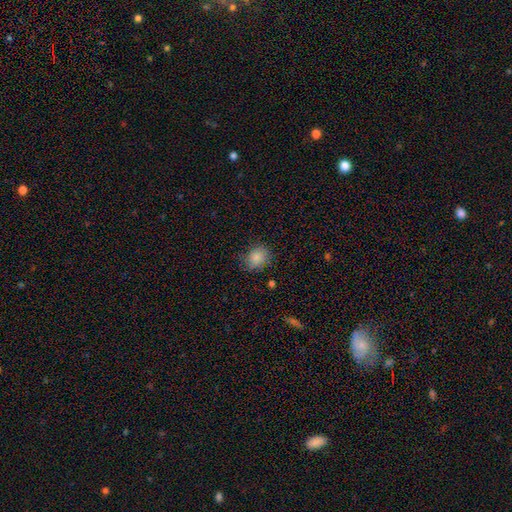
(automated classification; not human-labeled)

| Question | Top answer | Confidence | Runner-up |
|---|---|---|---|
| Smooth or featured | smooth | 84% | star or artifact (9%) |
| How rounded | round | 61% | in between (38%) |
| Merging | none | 75% | minor disturbance (19%) |